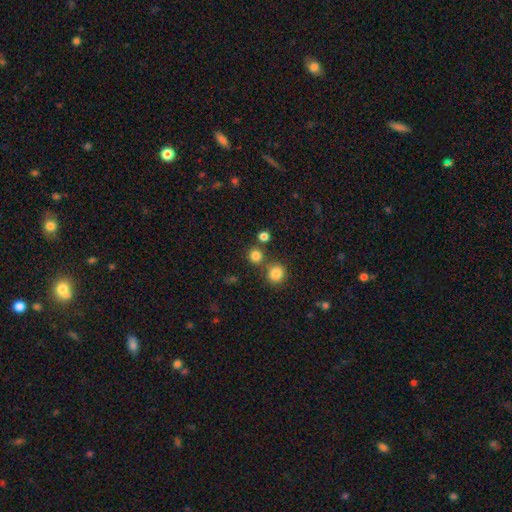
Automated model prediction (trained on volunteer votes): The model was most divided on "merging": none: 74%, merger: 16%, minor disturbance: 7%, major disturbance: 3%. More confident: how rounded — round (91%); smooth or featured — smooth (81%).